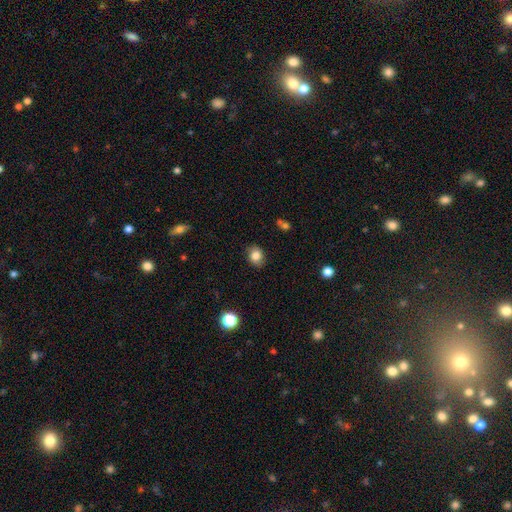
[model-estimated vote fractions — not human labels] Q: Smooth or featured?
A: smooth (81%); runner-up: star or artifact (10%)
Q: How rounded?
A: round (56%); runner-up: in between (43%)
Q: Merging?
A: none (85%); runner-up: minor disturbance (11%)